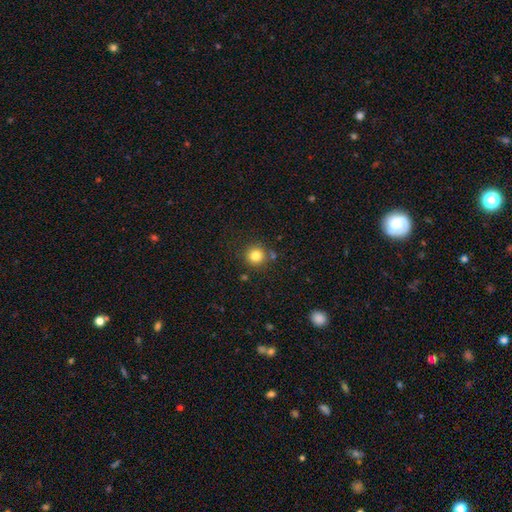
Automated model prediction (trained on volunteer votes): smooth_or_featured: smooth (p=0.82) [alt: star or artifact p=0.12]
how_rounded: round (p=0.94) [alt: in between p=0.05]
merging: none (p=0.83) [alt: minor disturbance p=0.08]